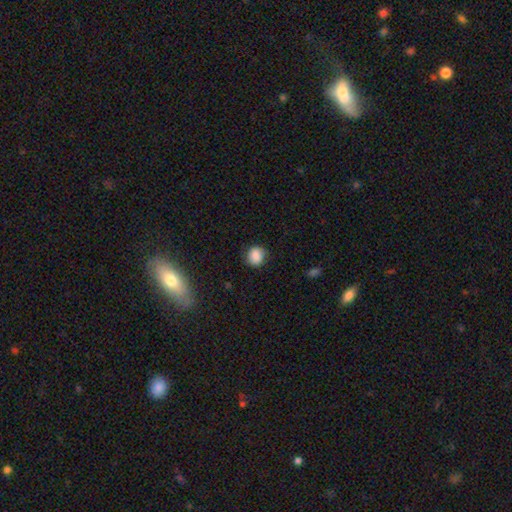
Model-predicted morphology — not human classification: smooth 86%, star or artifact 9%, featured or disk 5%. Down the decision tree: how rounded — round (77%); merging — none (82%).